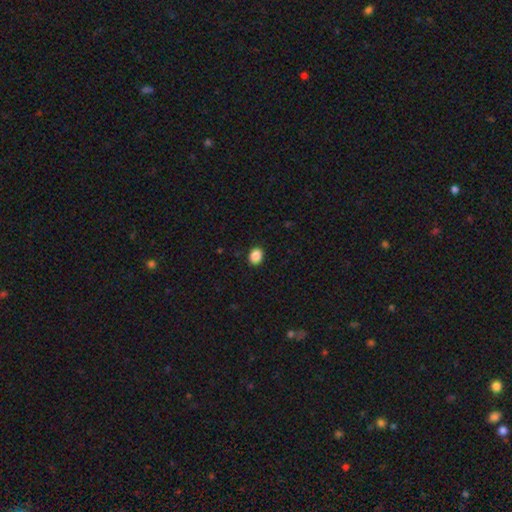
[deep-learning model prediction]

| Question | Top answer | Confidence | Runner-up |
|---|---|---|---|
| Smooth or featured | smooth | 88% | star or artifact (9%) |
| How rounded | in between | 53% | round (46%) |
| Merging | none | 91% | minor disturbance (6%) |